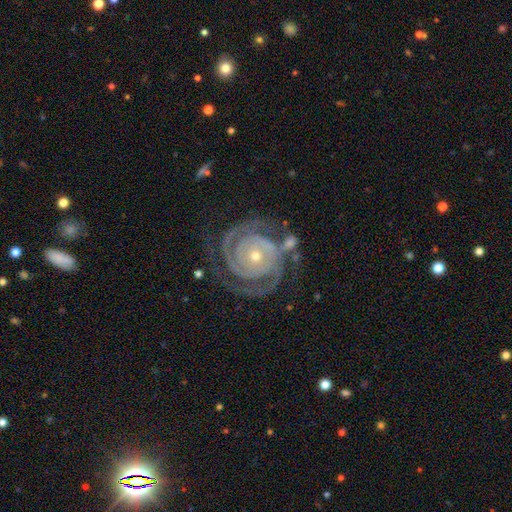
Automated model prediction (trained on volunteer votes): This appears to be a featured or disk galaxy (92%) with no bar (78%), 2 (66%) tight (83%) spiral arms (98%) and a small central bulge (63%). Merging: none (72%).